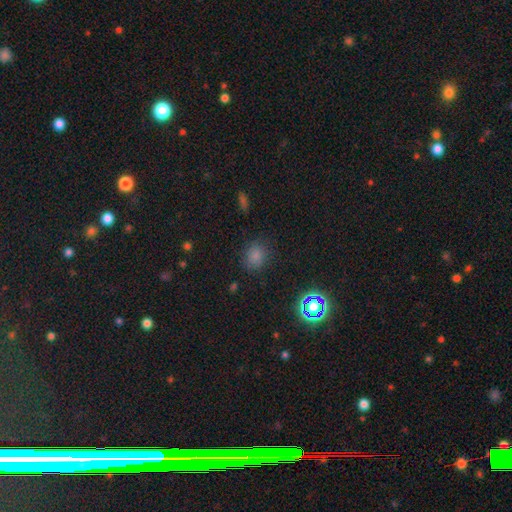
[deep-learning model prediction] This is likely a smooth galaxy (77%). How rounded: likely round (65%). Merging: clearly none (81%).